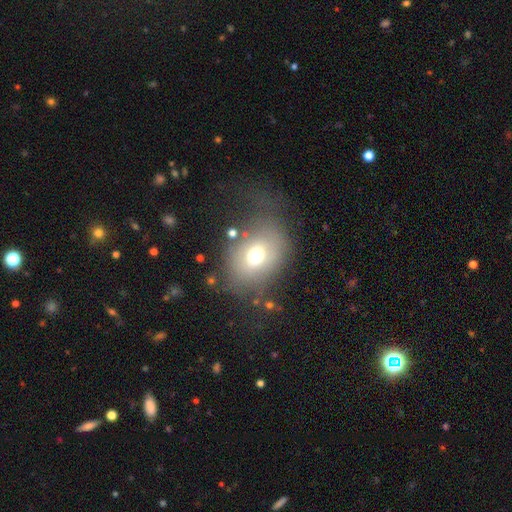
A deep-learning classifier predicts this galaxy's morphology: Smooth or featured: smooth — 66% (featured or disk — 20%)
How rounded: in between — 58% (round — 40%)
Merging: none — 55% (minor disturbance — 20%)